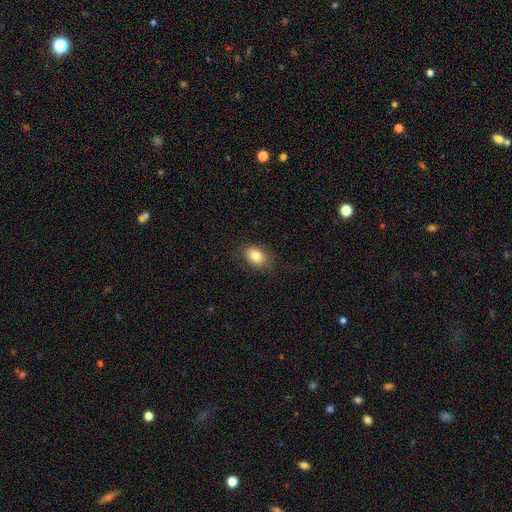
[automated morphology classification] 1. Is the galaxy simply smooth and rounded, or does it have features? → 82% smooth, 9% star or artifact, 9% featured or disk.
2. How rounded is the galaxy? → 76% in between, 23% round, 1% cigar-shaped.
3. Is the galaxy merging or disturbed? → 81% none, 14% minor disturbance, 5% major disturbance, 1% merger.